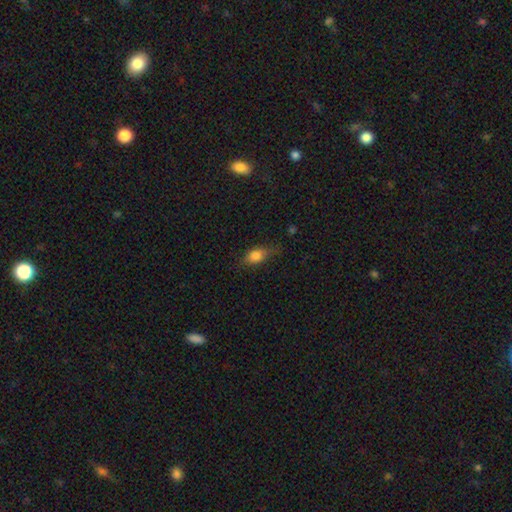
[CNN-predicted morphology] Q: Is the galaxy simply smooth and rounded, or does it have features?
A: smooth — 79%.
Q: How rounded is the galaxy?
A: in between — 77%.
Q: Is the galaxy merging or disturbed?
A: none — 61%.